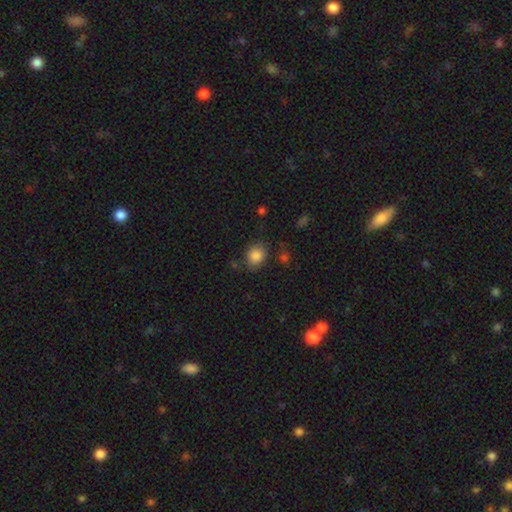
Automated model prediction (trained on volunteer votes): This appears to be a smooth galaxy with no disk features (86%) that is round (57%). Merging: none (75%).